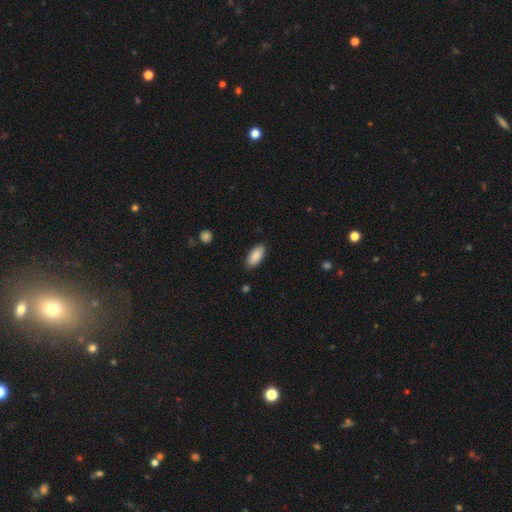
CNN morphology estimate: smooth-or-featured: smooth: 88% | featured or disk: 6% | star or artifact: 6%
  how-rounded: in between: 86% | cigar-shaped: 12% | round: 2%
  merging: none: 87% | minor disturbance: 10% | major disturbance: 2% | merger: 1%